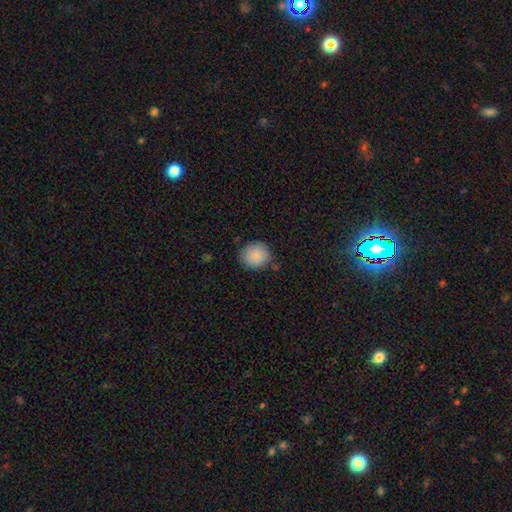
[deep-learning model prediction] Smooth or featured? Predicted: smooth (p=0.89). How rounded? Predicted: round (p=0.87). Merging? Predicted: none (p=0.83).